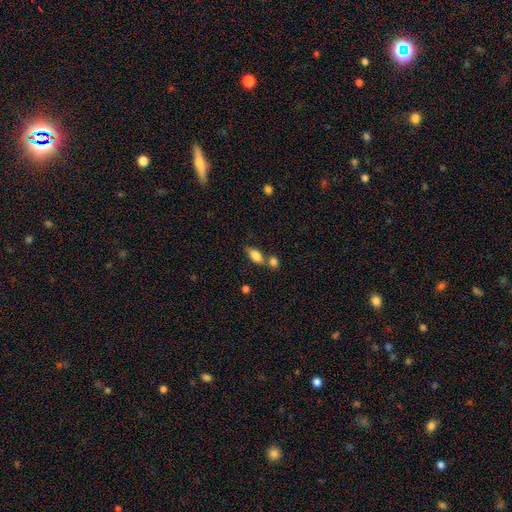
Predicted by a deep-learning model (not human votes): Smooth or featured? smooth (78%)
How rounded? in between (81%)
Merging? none (52%)